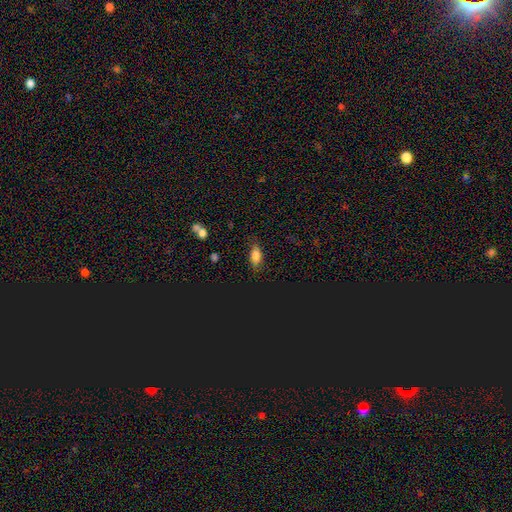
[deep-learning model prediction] Morphology: type=smooth (77%); roundness=in between (84%); merging=none (79%).